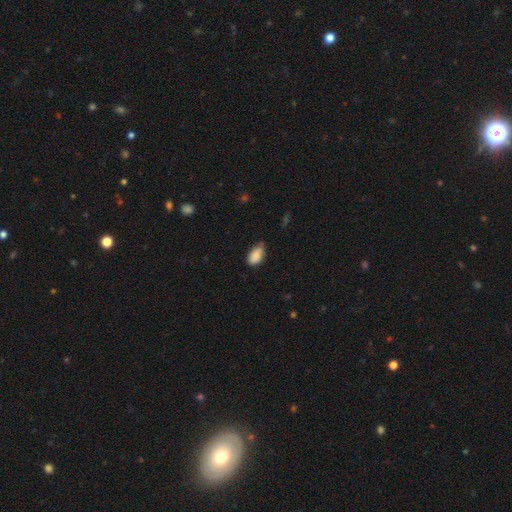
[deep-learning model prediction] The model was most divided on "merging": none: 53%, minor disturbance: 40%, major disturbance: 6%, merger: 2%. More confident: how rounded — in between (93%); smooth or featured — smooth (86%).